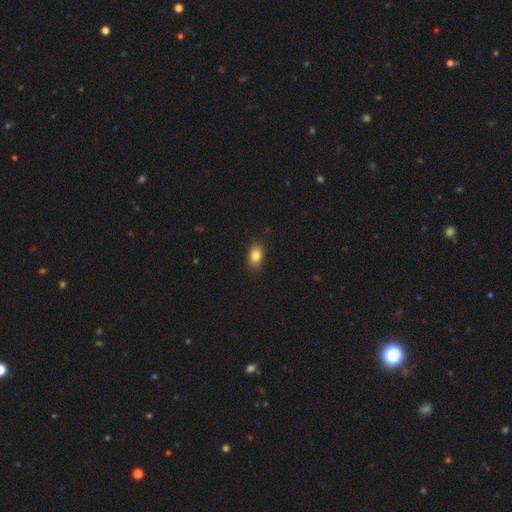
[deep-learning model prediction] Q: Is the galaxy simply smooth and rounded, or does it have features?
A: smooth — 82%.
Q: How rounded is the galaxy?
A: in between — 81%.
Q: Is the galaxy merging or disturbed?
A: none — 87%.